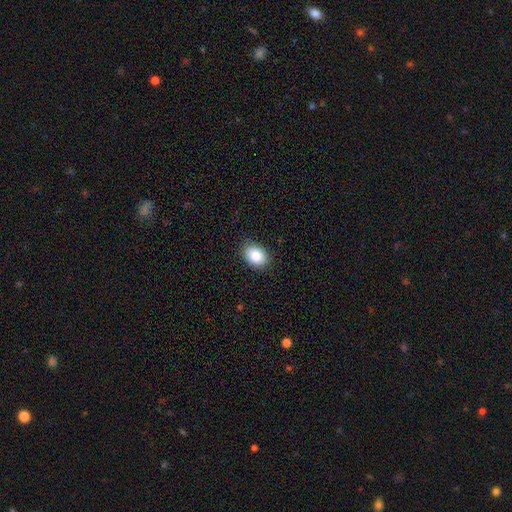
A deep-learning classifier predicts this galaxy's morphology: A smooth galaxy with no disk features (88%) that is in between round and cigar-shaped (77%).

Vote fractions:
- Smooth or featured? smooth: 88% / star or artifact: 7% / featured or disk: 4%
- How rounded? in between: 77% / round: 22% / cigar-shaped: 1%
- Merging? none: 86% / minor disturbance: 11% / major disturbance: 2% / merger: 1%